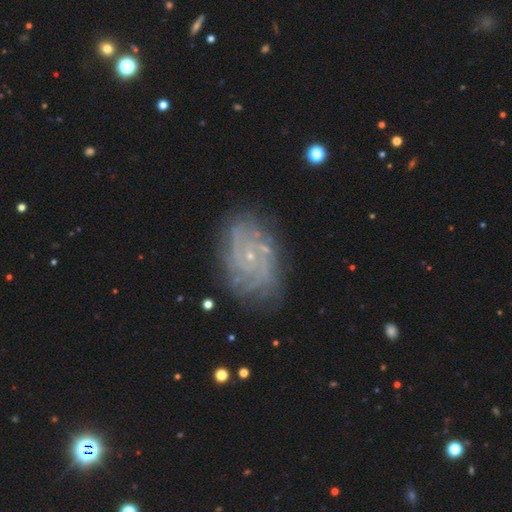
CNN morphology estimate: Smooth or featured: featured or disk — 76% (smooth — 13%)
Edge-on disk: no — 96% (yes — 4%)
Bar: no — 77% (weak — 19%)
Spiral arms: yes — 92% (no — 8%)
Spiral winding: tight — 63% (medium — 28%)
Spiral arm count: can't tell — 39% (4 — 14%)
Bulge size: small — 86% (moderate — 9%)
Merging: none — 81% (minor disturbance — 13%)